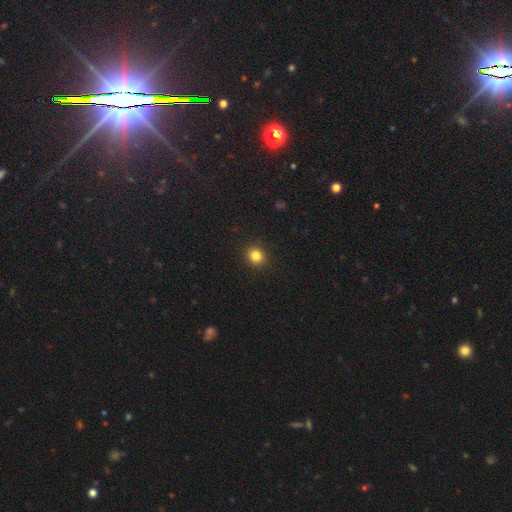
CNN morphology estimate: smooth 84%, star or artifact 11%, featured or disk 5%. Down the decision tree: how rounded — round (81%); merging — none (92%).